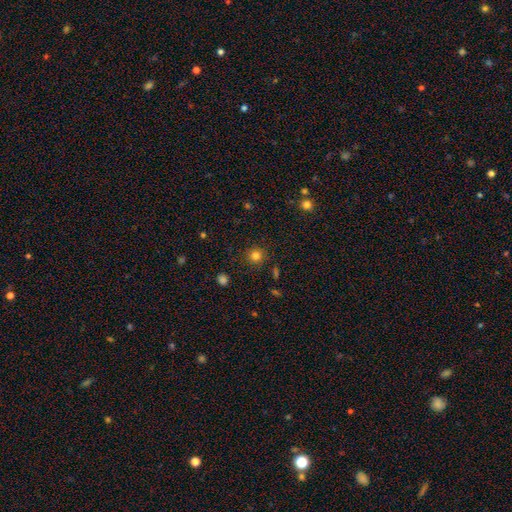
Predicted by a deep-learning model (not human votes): Smooth or featured: smooth — 81% (star or artifact — 14%)
How rounded: round — 93% (in between — 6%)
Merging: none — 89% (minor disturbance — 7%)